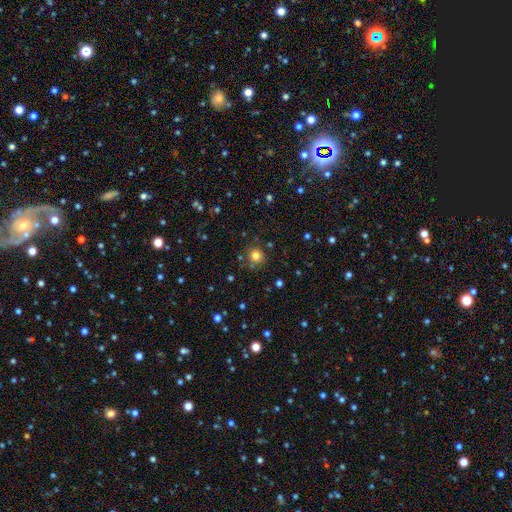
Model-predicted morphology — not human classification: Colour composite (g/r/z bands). It shows a smooth galaxy with no disk features (79%) that is round (92%). Merging: none (83%).